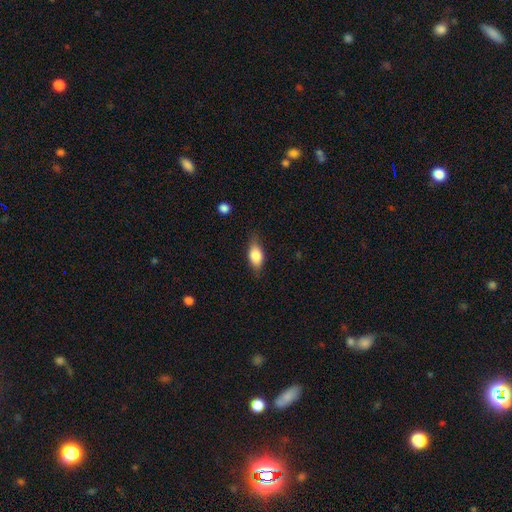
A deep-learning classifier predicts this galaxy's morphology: Smooth or featured? Predicted: smooth (p=0.76). How rounded? Predicted: in between (p=0.83). Merging? Predicted: none (p=0.72).